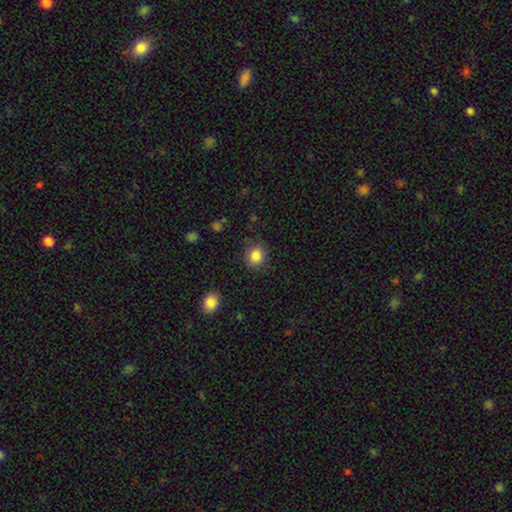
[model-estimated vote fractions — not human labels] smooth_or_featured: smooth (p=0.85) [alt: star or artifact p=0.10]
how_rounded: round (p=0.84) [alt: in between p=0.15]
merging: none (p=0.87) [alt: minor disturbance p=0.09]